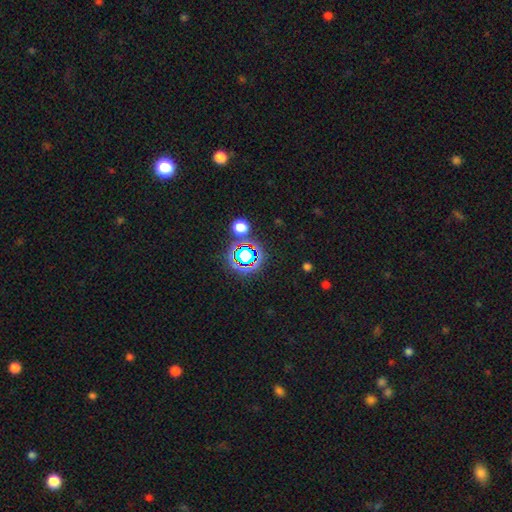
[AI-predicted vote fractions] Smooth or featured?
  - star or artifact: 70% *
  - smooth: 21%
  - featured or disk: 9%